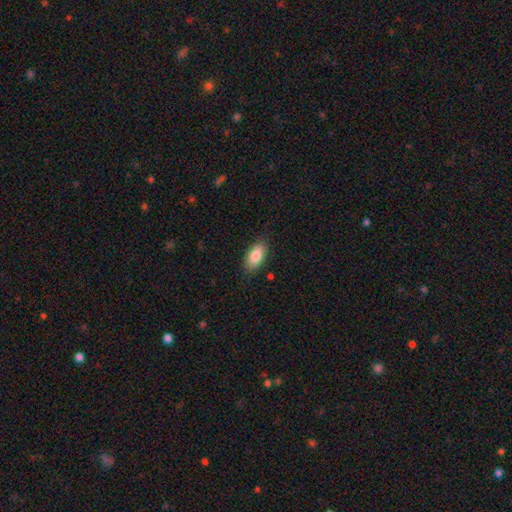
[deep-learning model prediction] A smooth galaxy with no disk features (85%) that is in between round and cigar-shaped (91%). Merging: none (84%).